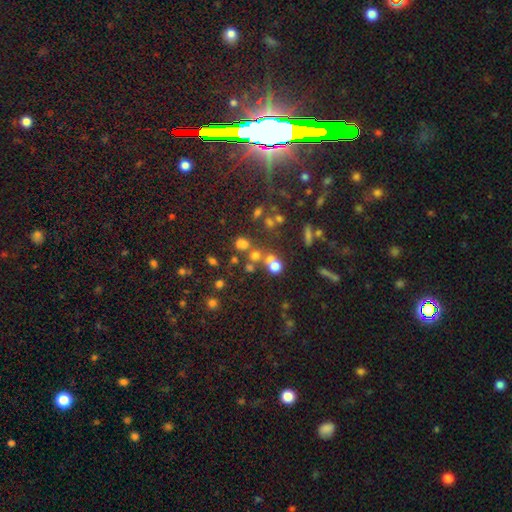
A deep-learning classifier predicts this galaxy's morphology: smooth 59%, star or artifact 26%, featured or disk 15%. Down the decision tree: how rounded — round (79%); merging — none (49%).